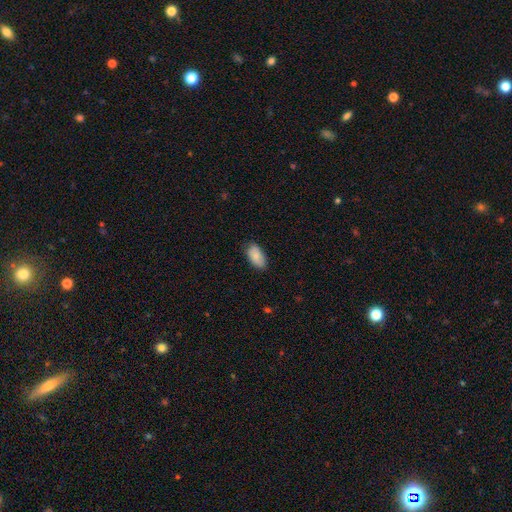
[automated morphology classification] Smooth or featured? smooth (85%)
How rounded? in between (94%)
Merging? none (80%)